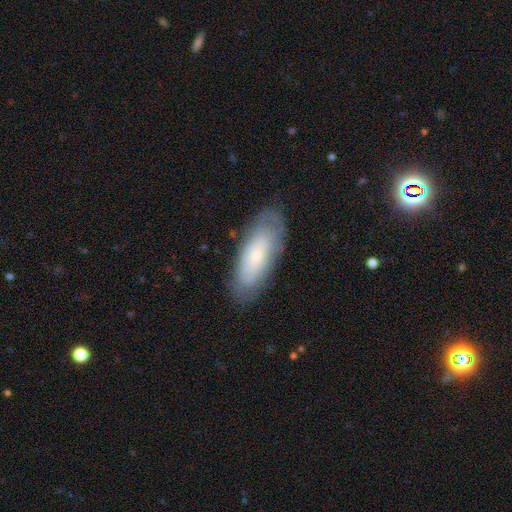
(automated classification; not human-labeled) A smooth galaxy with no disk features (57%) that is in between round and cigar-shaped (76%). Merging: none (78%).